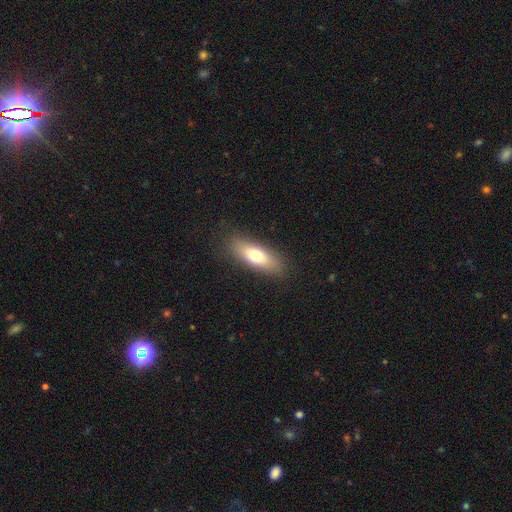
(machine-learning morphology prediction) Smooth or featured: smooth — 71% (featured or disk — 21%)
How rounded: in between — 60% (cigar-shaped — 38%)
Merging: none — 86% (minor disturbance — 10%)